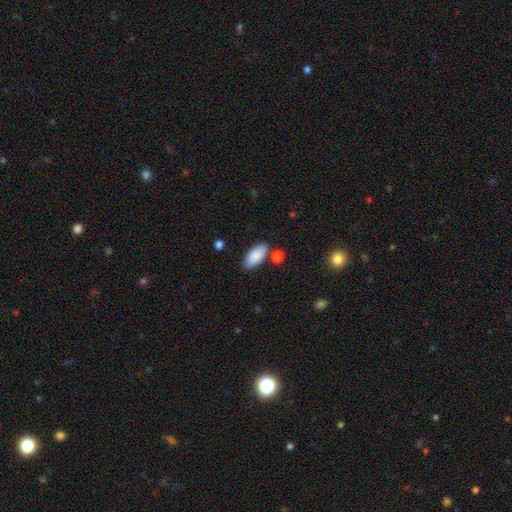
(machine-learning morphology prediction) Smooth or featured: smooth — 88% (star or artifact — 6%)
How rounded: in between — 91% (cigar-shaped — 7%)
Merging: none — 77% (minor disturbance — 13%)